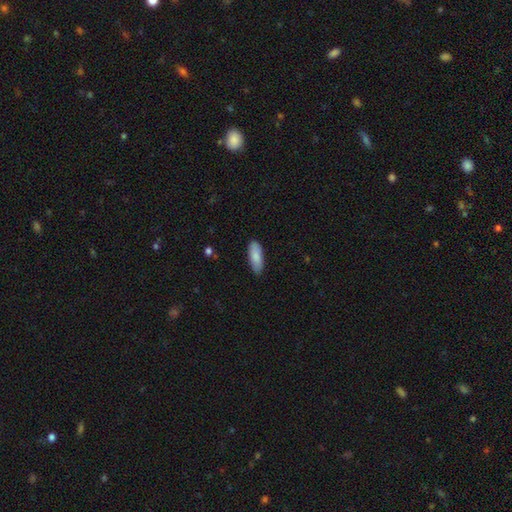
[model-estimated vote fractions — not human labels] smooth-or-featured: smooth: 86% | featured or disk: 8% | star or artifact: 6%
  how-rounded: in between: 72% | cigar-shaped: 26% | round: 2%
  merging: none: 85% | minor disturbance: 12% | major disturbance: 2% | merger: 1%